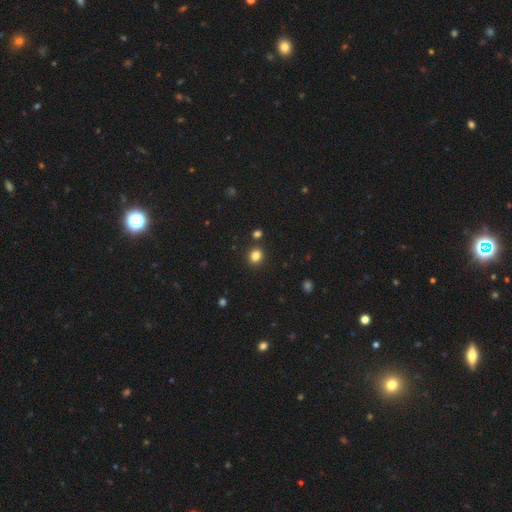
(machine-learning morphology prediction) A smooth galaxy with no disk features (83%) that is round (67%).

Vote fractions:
- Smooth or featured? smooth: 83% / star or artifact: 13% / featured or disk: 5%
- How rounded? round: 67% / in between: 33% / cigar-shaped: 1%
- Merging? none: 87% / minor disturbance: 7% / merger: 4% / major disturbance: 2%